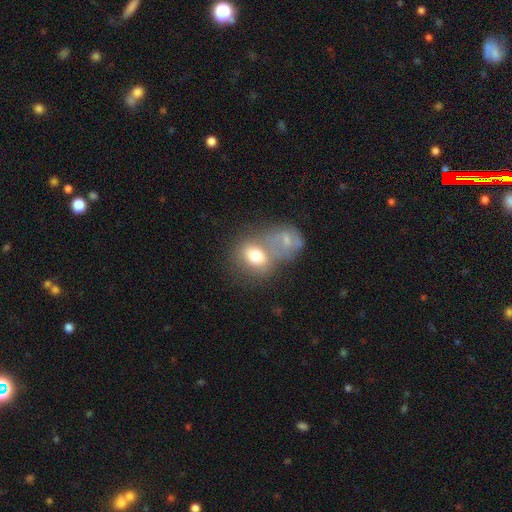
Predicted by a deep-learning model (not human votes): smooth_or_featured: smooth (p=0.72) [alt: featured or disk p=0.19]
how_rounded: in between (p=0.57) [alt: round p=0.41]
merging: merger (p=0.49) [alt: none p=0.33]